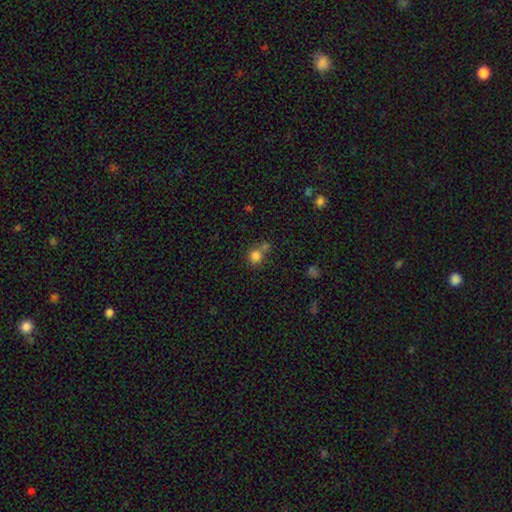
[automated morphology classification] This is clearly a smooth galaxy (81%). How rounded: clearly round (86%). Merging: possibly none (56%).